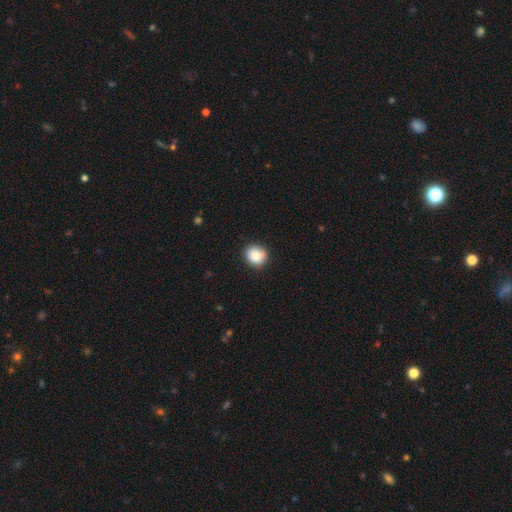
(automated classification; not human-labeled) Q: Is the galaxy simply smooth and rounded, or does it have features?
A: smooth — 87%.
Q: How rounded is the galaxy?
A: round — 86%.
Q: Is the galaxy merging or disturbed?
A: none — 89%.